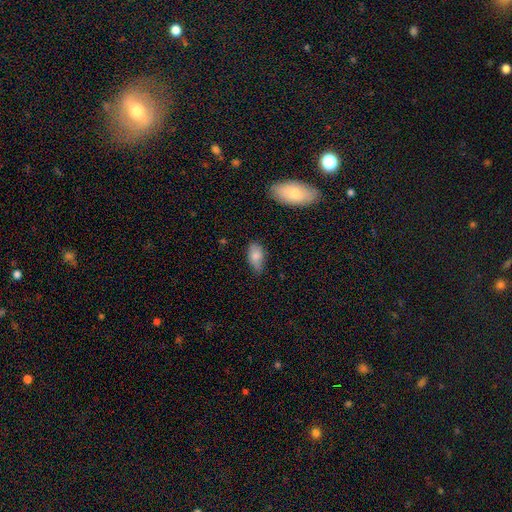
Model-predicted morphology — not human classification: Smooth or featured: smooth — 79% (featured or disk — 13%)
How rounded: in between — 90% (cigar-shaped — 6%)
Merging: none — 62% (minor disturbance — 30%)